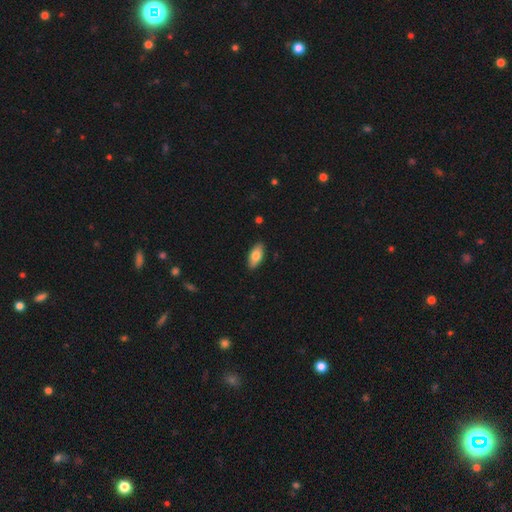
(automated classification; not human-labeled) This is likely a smooth galaxy (77%). How rounded: clearly in between (88%). Merging: clearly none (89%).